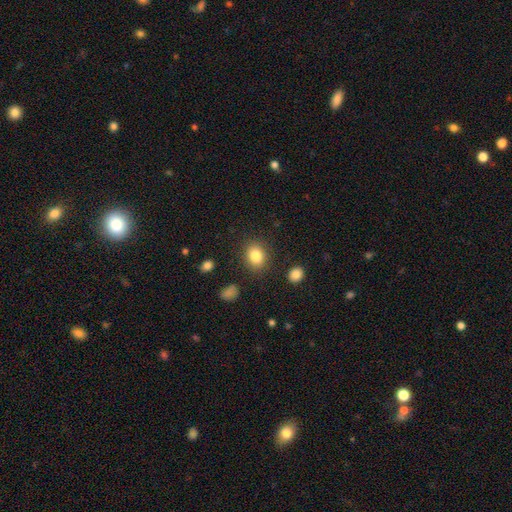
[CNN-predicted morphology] Smooth or featured? Predicted: smooth (p=0.84). How rounded? Predicted: round (p=0.52). Merging? Predicted: none (p=0.86).